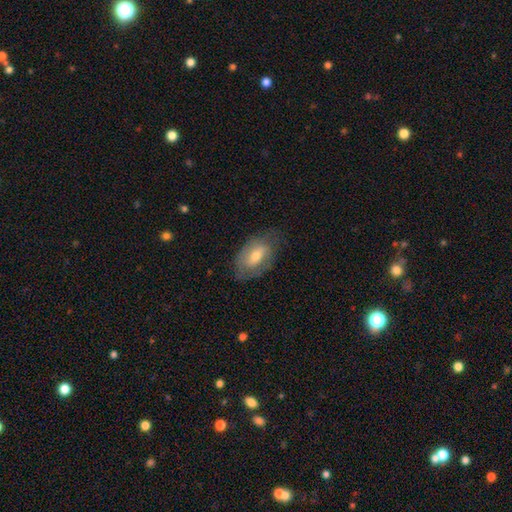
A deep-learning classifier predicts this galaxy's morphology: The model was most divided on "smooth or featured": featured or disk: 50%, smooth: 42%, star or artifact: 7%. More confident: edge-on disk — no (92%); merging — none (66%).